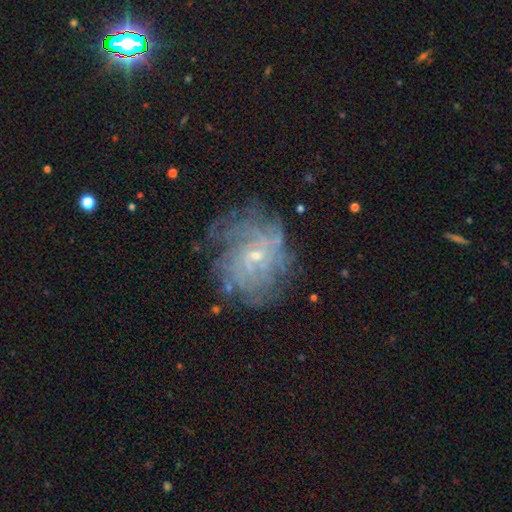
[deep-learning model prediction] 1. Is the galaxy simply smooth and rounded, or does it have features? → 76% featured or disk, 12% smooth, 12% star or artifact.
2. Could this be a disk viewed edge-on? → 97% no, 3% yes.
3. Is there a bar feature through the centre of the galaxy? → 62% no, 32% weak, 6% strong.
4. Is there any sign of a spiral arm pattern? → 82% yes, 18% no.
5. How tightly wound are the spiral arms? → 60% tight, 27% medium, 12% loose.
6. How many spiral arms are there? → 49% can't tell, 19% more than 4, 12% 4, 7% 3, 7% 2, 5% 1.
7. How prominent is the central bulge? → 77% small, 18% moderate, 3% none, 1% large, 1% dominant.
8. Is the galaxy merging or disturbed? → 67% none, 18% minor disturbance, 12% major disturbance, 2% merger.